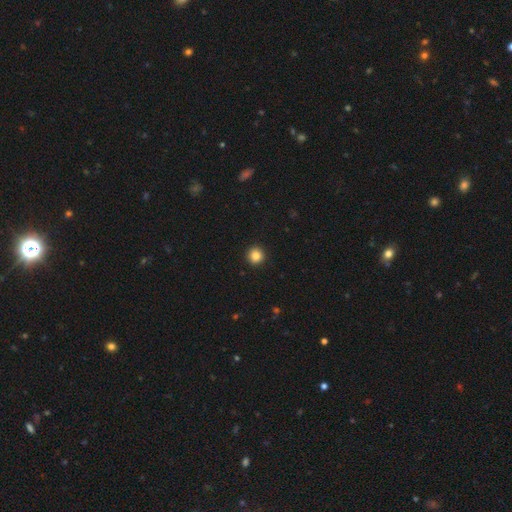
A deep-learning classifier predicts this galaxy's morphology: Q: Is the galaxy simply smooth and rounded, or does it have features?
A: smooth — 85%.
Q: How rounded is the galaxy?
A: round — 95%.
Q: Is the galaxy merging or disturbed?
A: none — 94%.